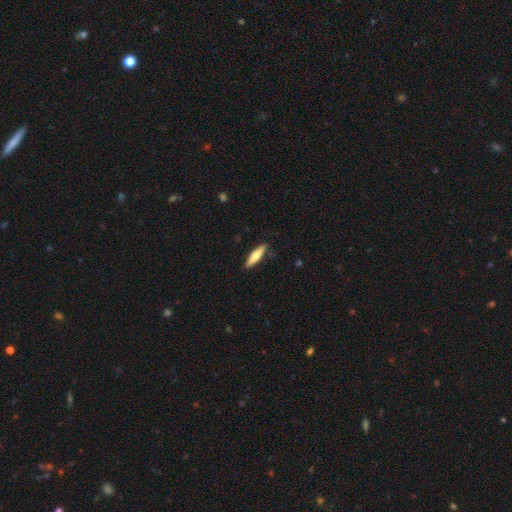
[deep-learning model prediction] Smooth or featured: smooth — 63% (featured or disk — 31%)
How rounded: cigar-shaped — 77% (in between — 21%)
Merging: none — 87% (minor disturbance — 10%)